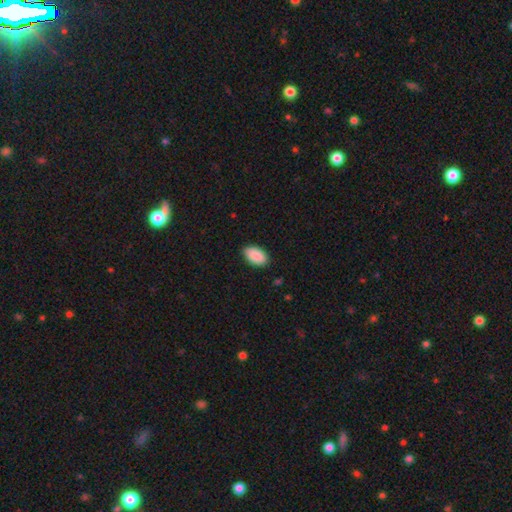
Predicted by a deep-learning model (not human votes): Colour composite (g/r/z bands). It shows a smooth galaxy with no disk features (91%) that is in between round and cigar-shaped (95%). Merging: none (88%).